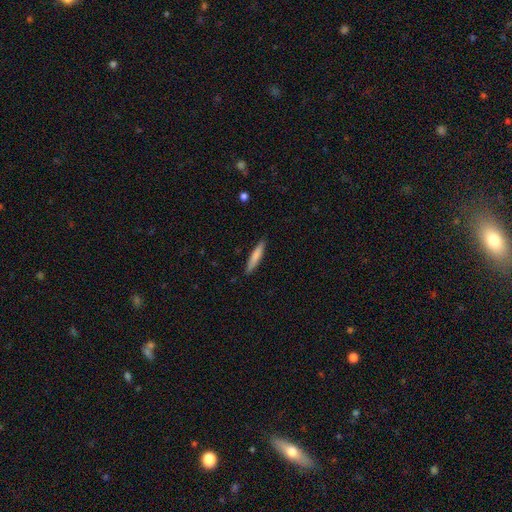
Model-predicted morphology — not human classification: The model was most divided on "smooth or featured": smooth: 77%, featured or disk: 18%, star or artifact: 5%. More confident: how rounded — cigar-shaped (91%); merging — none (89%).